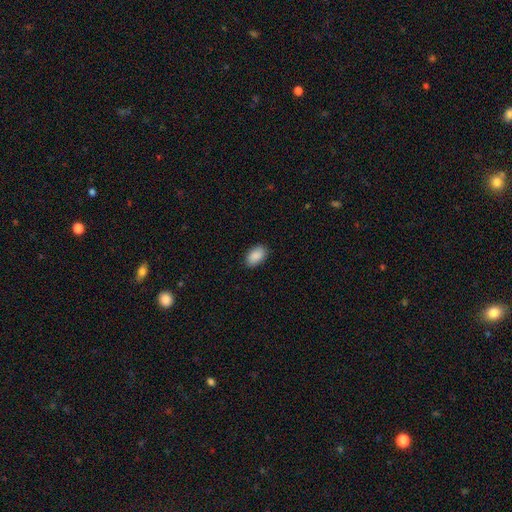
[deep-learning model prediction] smooth_or_featured: smooth (p=0.90) [alt: star or artifact p=0.06]
how_rounded: in between (p=0.93) [alt: round p=0.06]
merging: none (p=0.87) [alt: minor disturbance p=0.09]